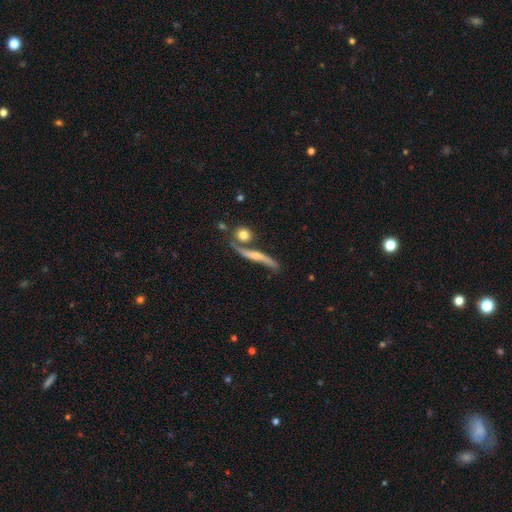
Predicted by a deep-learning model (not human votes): smooth_or_featured: featured or disk (p=0.68) [alt: smooth p=0.25]
disk_edge_on: yes (p=0.65) [alt: no p=0.35]
merging: none (p=0.57) [alt: minor disturbance p=0.19]